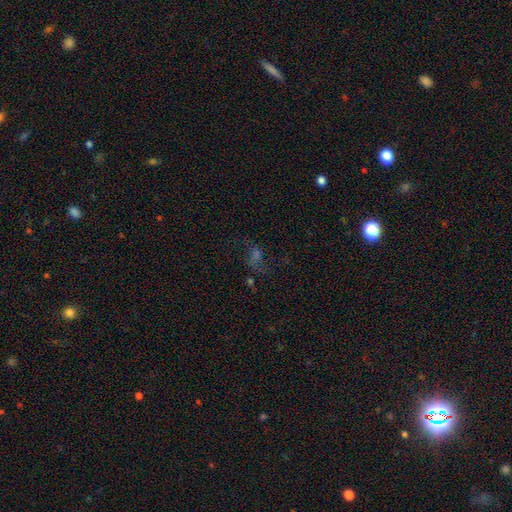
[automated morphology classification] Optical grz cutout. It shows a star or artifact, not a galaxy (39%).